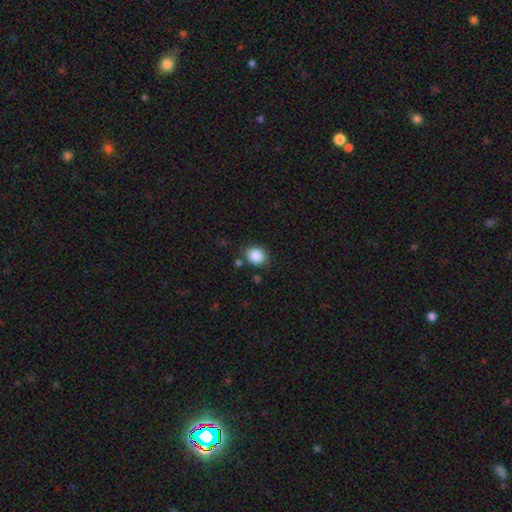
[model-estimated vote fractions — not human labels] A smooth galaxy with no disk features (87%) that is round (68%). Merging: none (80%).